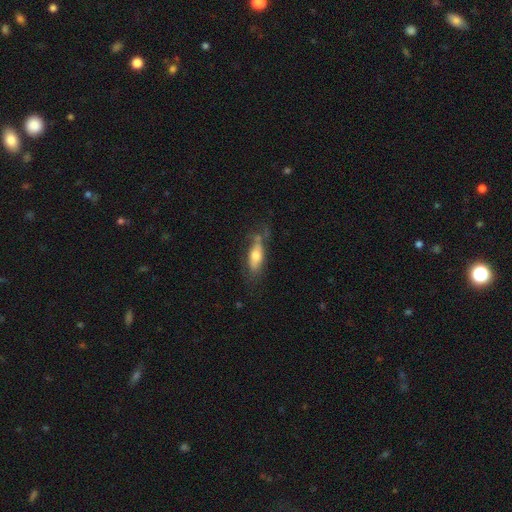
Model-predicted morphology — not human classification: Q: Smooth or featured?
A: smooth (57%); runner-up: featured or disk (36%)
Q: How rounded?
A: in between (67%); runner-up: cigar-shaped (30%)
Q: Merging?
A: none (49%); runner-up: minor disturbance (28%)